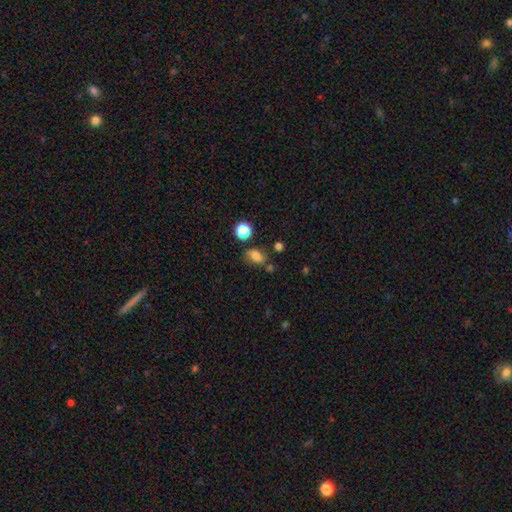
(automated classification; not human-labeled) Morphology: type=smooth (78%); roundness=in between (77%); merging=none (66%).